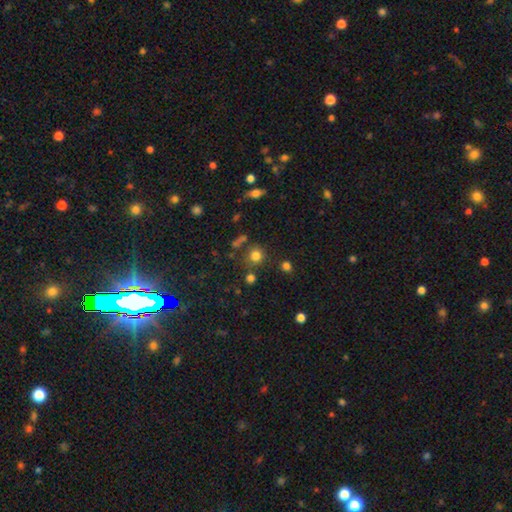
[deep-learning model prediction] Morphology: type=smooth (76%); roundness=round (87%); merging=none (72%).